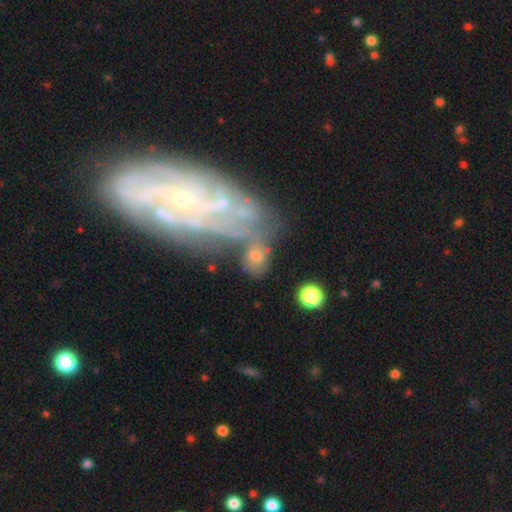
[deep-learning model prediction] The model was most divided on "smooth or featured": smooth: 45%, featured or disk: 40%, star or artifact: 15%. Remaining: merging — none (37%).